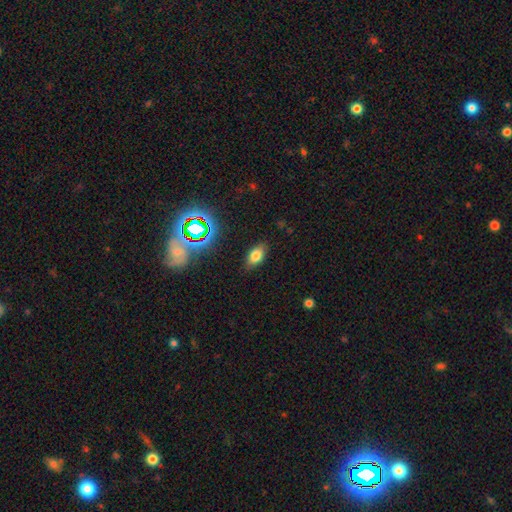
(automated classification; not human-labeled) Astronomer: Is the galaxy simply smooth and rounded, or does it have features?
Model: smooth — 75%.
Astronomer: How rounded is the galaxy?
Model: in between — 88%.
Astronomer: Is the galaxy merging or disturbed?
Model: none — 84%.